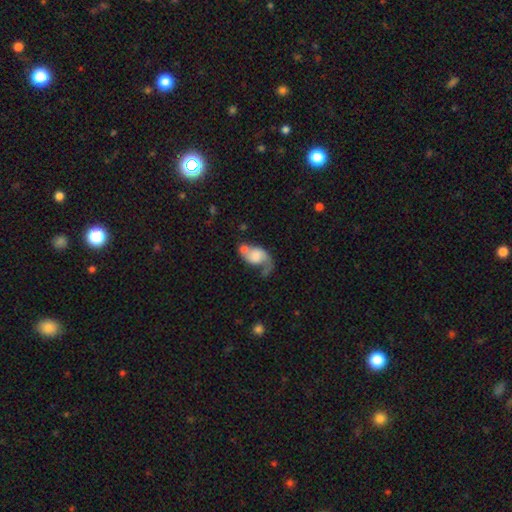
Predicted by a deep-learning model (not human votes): Smooth or featured? Predicted: featured or disk (p=0.54). Edge-on disk? Predicted: no (p=0.97). Bar? Predicted: no (p=0.72). Spiral arms? Predicted: yes (p=0.82). Bulge size? Predicted: moderate (p=0.25, tied with small). Merging? Predicted: major disturbance (p=0.31).